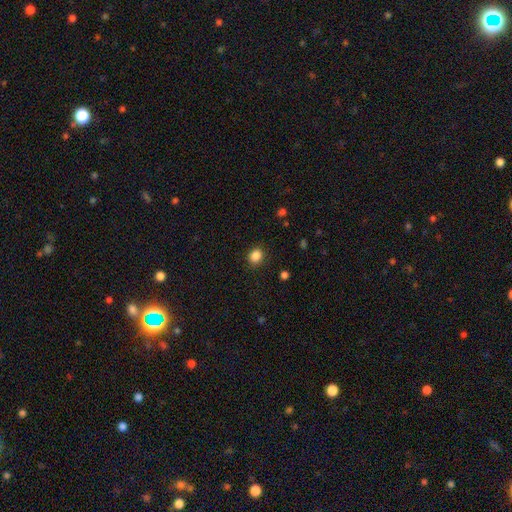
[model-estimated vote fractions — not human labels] This appears to be a smooth galaxy with no disk features (87%) that is round (68%). Merging: none (88%).